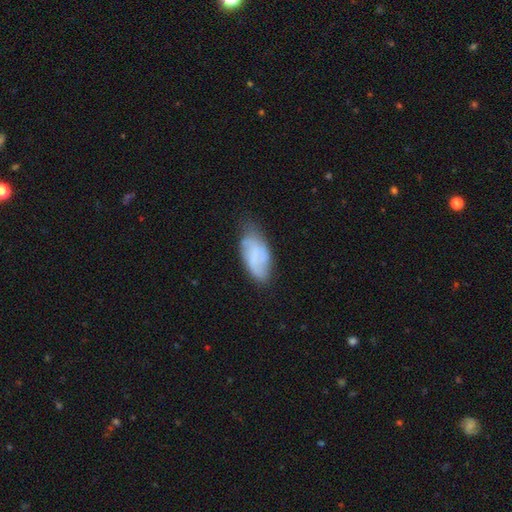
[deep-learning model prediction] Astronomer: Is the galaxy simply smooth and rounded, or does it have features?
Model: smooth — 54% (runner-up: featured or disk, 38%).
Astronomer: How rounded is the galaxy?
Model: in between — 91%.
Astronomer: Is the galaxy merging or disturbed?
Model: none — 55% (runner-up: minor disturbance, 32%).